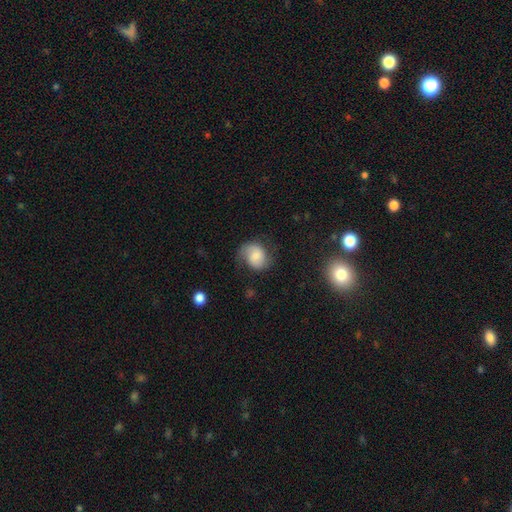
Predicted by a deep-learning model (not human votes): smooth-or-featured: smooth: 56% | featured or disk: 35% | star or artifact: 9%
  how-rounded: round: 54% | in between: 45% | cigar-shaped: 1%
  merging: none: 58% | minor disturbance: 27% | major disturbance: 14% | merger: 2%